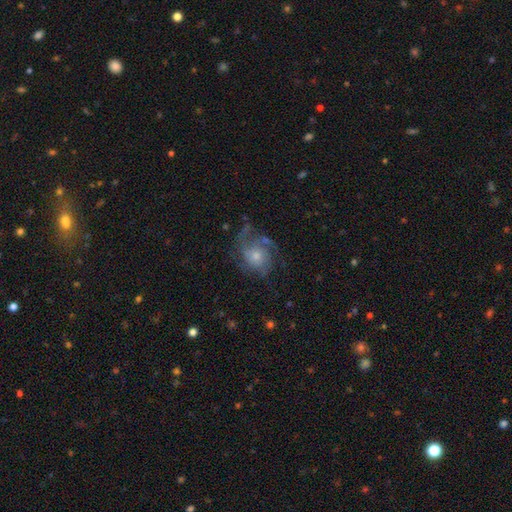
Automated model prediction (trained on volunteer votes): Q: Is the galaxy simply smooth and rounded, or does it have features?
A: featured or disk — 68%.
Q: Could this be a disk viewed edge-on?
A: no — 97%.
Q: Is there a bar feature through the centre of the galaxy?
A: no — 81%.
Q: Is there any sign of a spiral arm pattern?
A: yes — 85%.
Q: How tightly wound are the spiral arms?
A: medium — 42%.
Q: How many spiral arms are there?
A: can't tell — 32%.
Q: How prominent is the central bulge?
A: moderate — 49%.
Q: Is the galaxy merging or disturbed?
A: none — 55%.